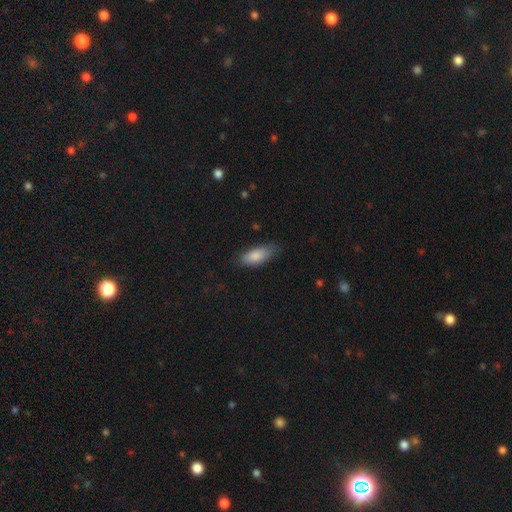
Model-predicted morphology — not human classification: Smooth or featured? smooth (86%)
How rounded? in between (81%)
Merging? none (75%)